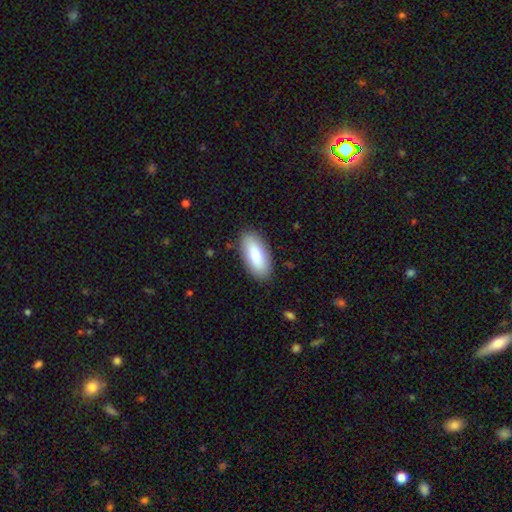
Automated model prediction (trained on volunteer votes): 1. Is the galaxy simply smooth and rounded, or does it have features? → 77% smooth, 17% featured or disk, 6% star or artifact.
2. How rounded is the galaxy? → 89% in between, 9% cigar-shaped, 2% round.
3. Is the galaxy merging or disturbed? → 87% none, 9% minor disturbance, 2% major disturbance, 1% merger.